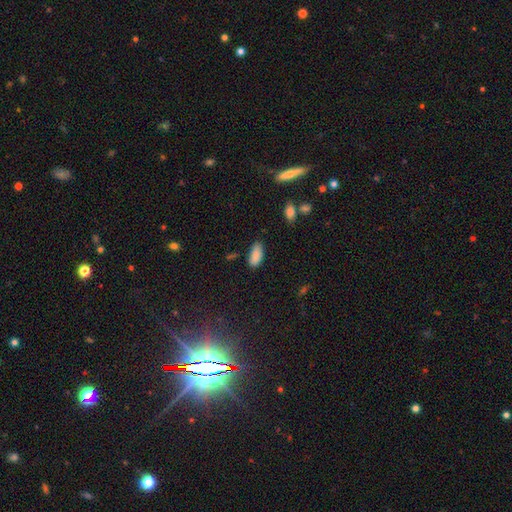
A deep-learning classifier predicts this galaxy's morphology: A smooth galaxy with no disk features (87%) that is in between round and cigar-shaped (90%).

Vote fractions:
- Smooth or featured? smooth: 87% / star or artifact: 8% / featured or disk: 5%
- How rounded? in between: 90% / cigar-shaped: 8% / round: 2%
- Merging? none: 74% / minor disturbance: 20% / major disturbance: 4% / merger: 3%